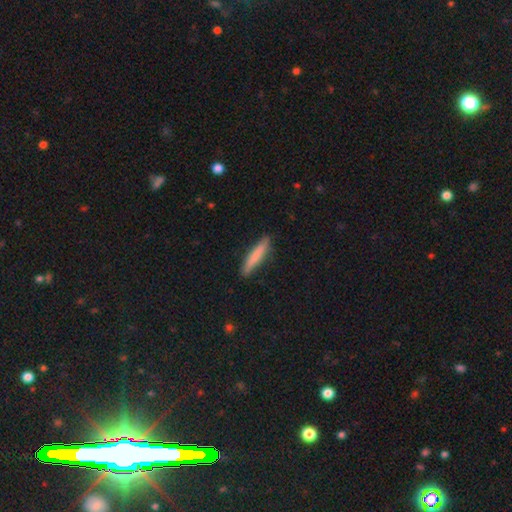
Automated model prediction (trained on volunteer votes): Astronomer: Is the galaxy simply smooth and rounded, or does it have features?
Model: smooth — 78%.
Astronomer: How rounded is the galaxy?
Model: cigar-shaped — 91%.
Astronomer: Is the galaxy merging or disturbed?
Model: none — 86%.